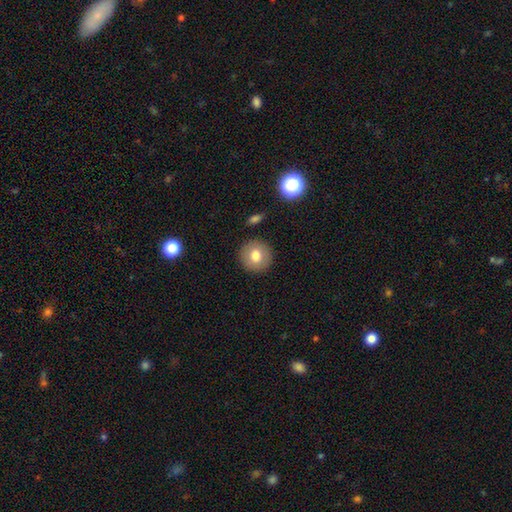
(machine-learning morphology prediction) This is likely a smooth galaxy (75%). How rounded: clearly round (93%). Merging: clearly none (90%).